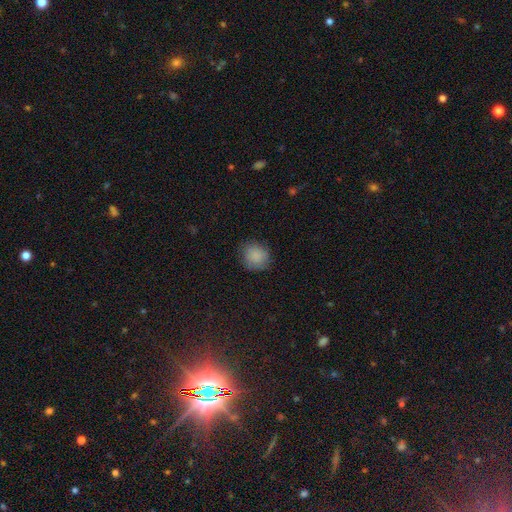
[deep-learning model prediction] A smooth galaxy with no disk features (85%) that is round (83%). Merging: none (80%).